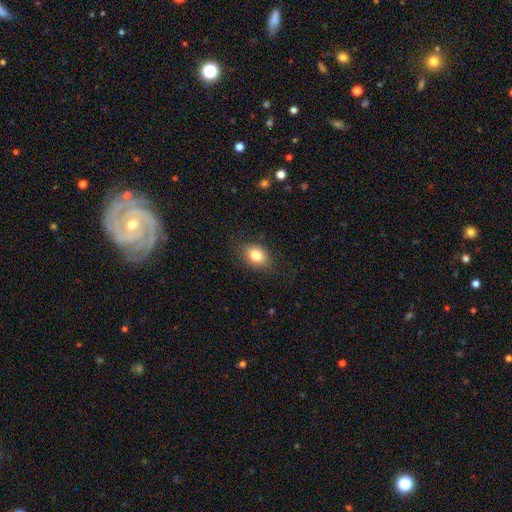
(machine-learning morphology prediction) Overall: smooth (80%). How rounded: in between (68%; round 31%). Merging: none (81%).